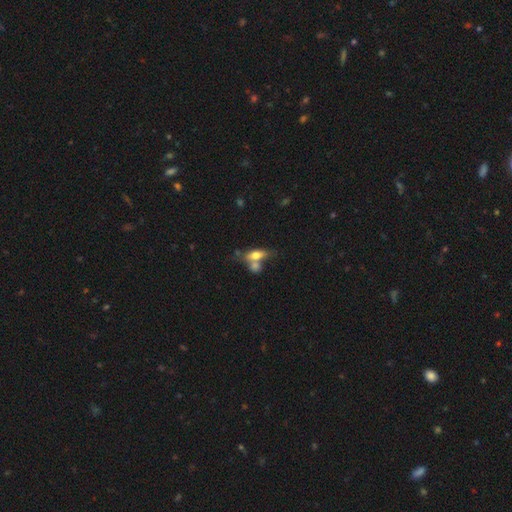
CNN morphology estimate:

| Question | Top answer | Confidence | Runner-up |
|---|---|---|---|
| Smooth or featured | smooth | 58% | featured or disk (33%) |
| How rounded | in between | 67% | cigar-shaped (26%) |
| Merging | merger | 44% | none (36%) |